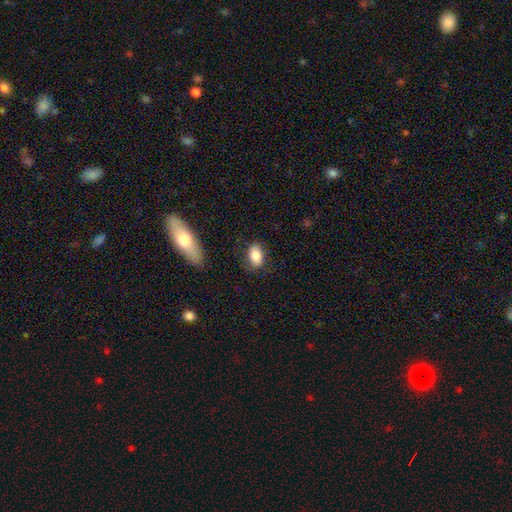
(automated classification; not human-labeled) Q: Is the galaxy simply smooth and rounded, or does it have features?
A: smooth — 83%.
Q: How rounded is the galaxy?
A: in between — 87%.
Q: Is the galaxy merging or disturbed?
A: none — 77%.